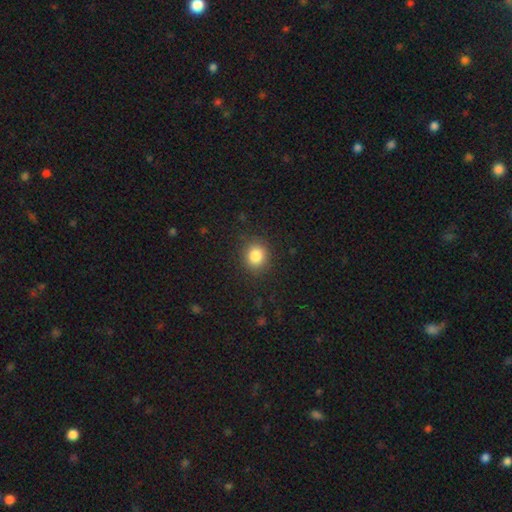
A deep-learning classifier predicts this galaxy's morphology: The model was most divided on "how rounded": round: 76%, in between: 23%, cigar-shaped: 1%. More confident: merging — none (87%); smooth or featured — smooth (84%).